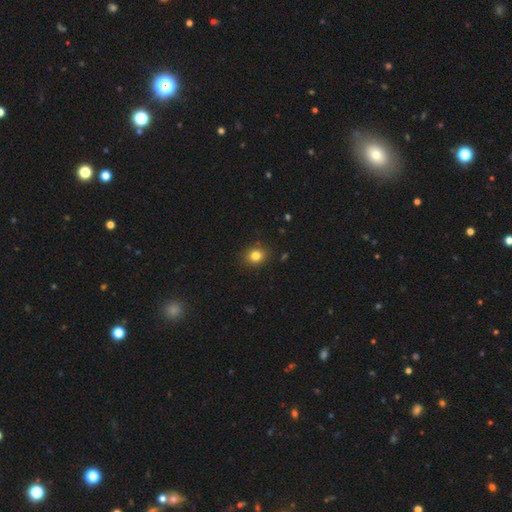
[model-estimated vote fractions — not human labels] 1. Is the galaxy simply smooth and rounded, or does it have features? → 82% smooth, 12% star or artifact, 6% featured or disk.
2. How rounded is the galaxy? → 73% round, 27% in between, 1% cigar-shaped.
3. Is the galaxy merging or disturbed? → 88% none, 9% minor disturbance, 2% major disturbance, 1% merger.